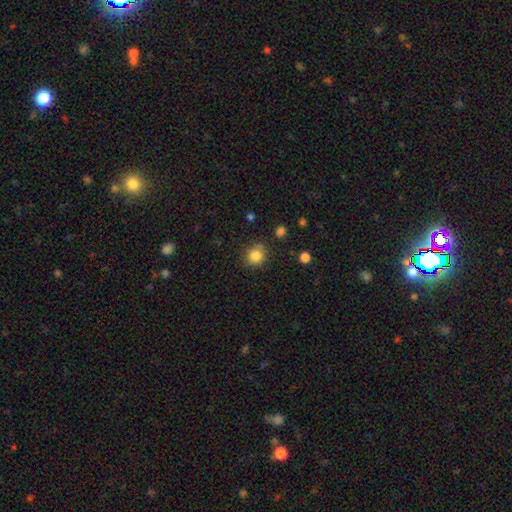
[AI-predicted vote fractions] Smooth or featured? smooth (84%)
How rounded? round (85%)
Merging? none (77%)